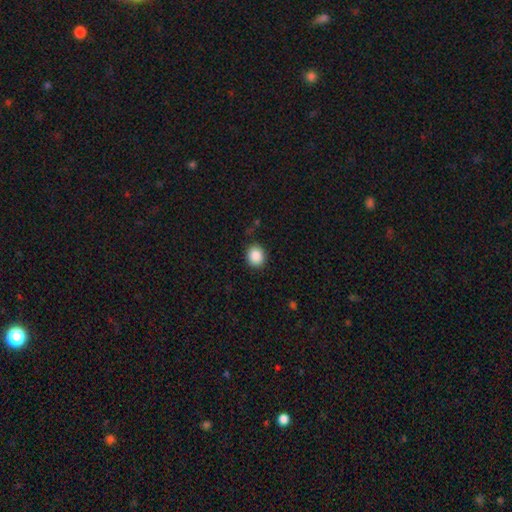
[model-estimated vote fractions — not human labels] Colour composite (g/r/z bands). It shows a smooth galaxy with no disk features (89%) that is round (74%). Merging: none (88%).